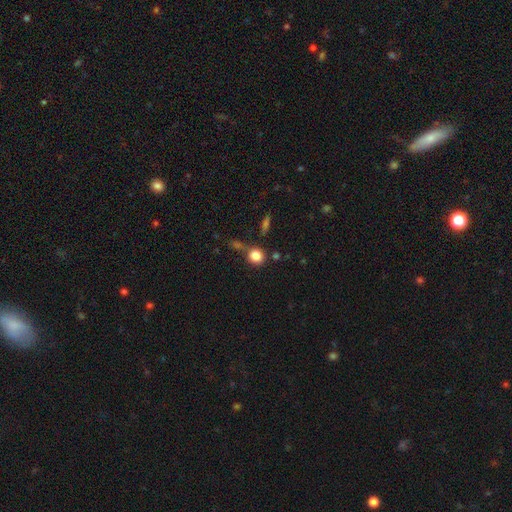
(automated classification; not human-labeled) smooth_or_featured: smooth (p=0.84) [alt: star or artifact p=0.10]
how_rounded: round (p=0.83) [alt: in between p=0.15]
merging: none (p=0.64) [alt: merger p=0.18]